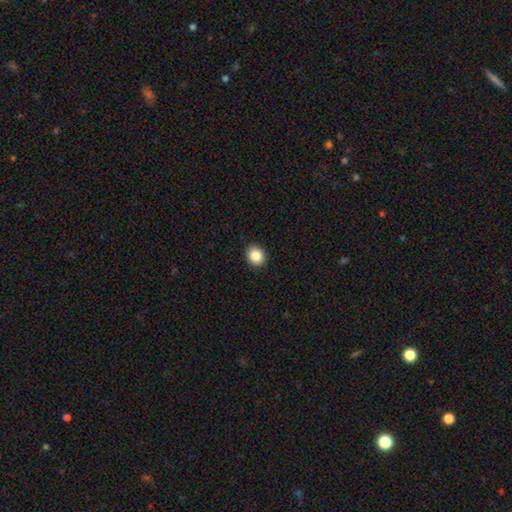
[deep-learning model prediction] The model was most divided on "how rounded": round: 67%, in between: 32%, cigar-shaped: 1%. More confident: merging — none (92%); smooth or featured — smooth (86%).